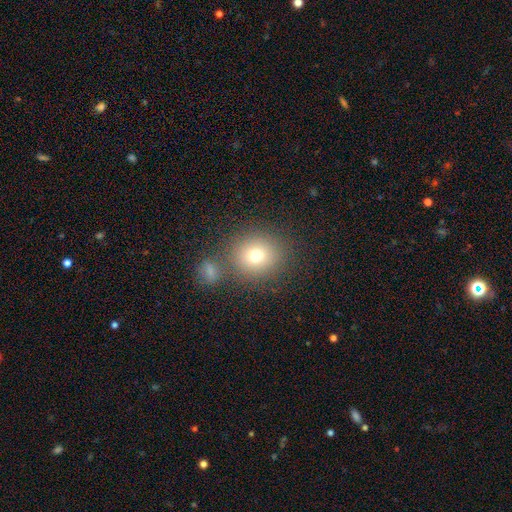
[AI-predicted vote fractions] A smooth galaxy with no disk features (73%) that is round (84%). Merging: none (71%).